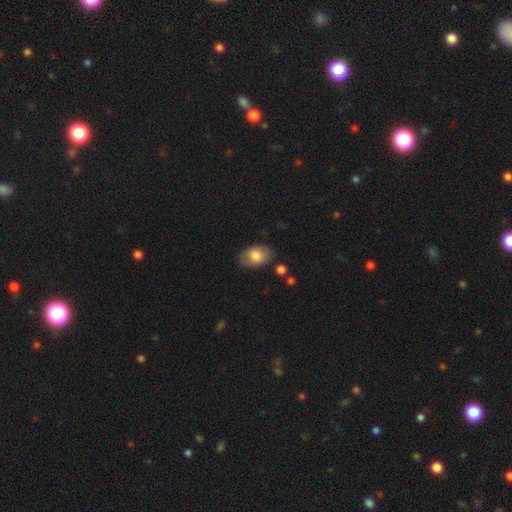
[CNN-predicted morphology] smooth 80%, featured or disk 13%, star or artifact 7%. Down the decision tree: how rounded — in between (86%); merging — none (78%).